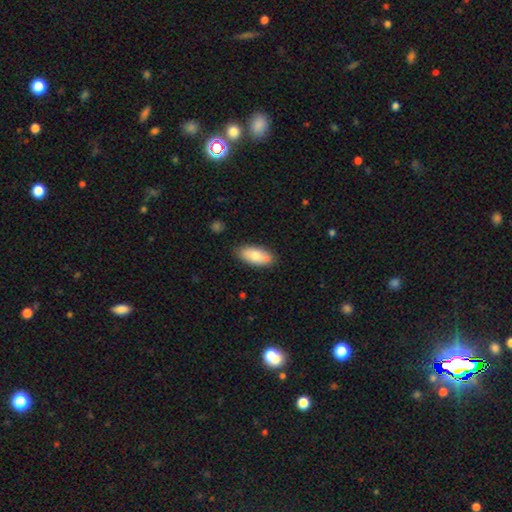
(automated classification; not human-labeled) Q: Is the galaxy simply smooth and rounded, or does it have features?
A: smooth — 77%.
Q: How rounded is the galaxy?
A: in between — 90%.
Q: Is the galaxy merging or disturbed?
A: none — 77%.